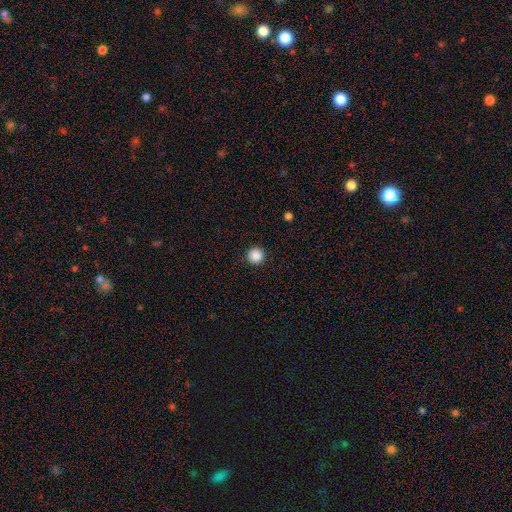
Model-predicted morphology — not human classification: Smooth or featured?
  - smooth: 88% *
  - star or artifact: 10%
  - featured or disk: 2%
How rounded?
  - round: 96% *
  - in between: 3%
  - cigar-shaped: 1%
Merging?
  - none: 93% *
  - minor disturbance: 4%
  - major disturbance: 2%
  - merger: 1%